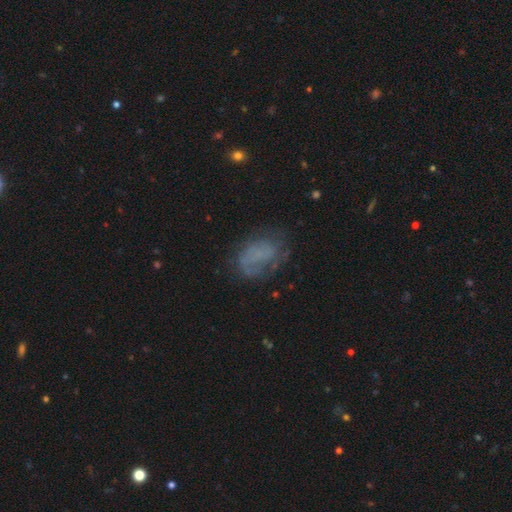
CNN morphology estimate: This is marginally a smooth galaxy (44%). Merging: possibly none (54%).